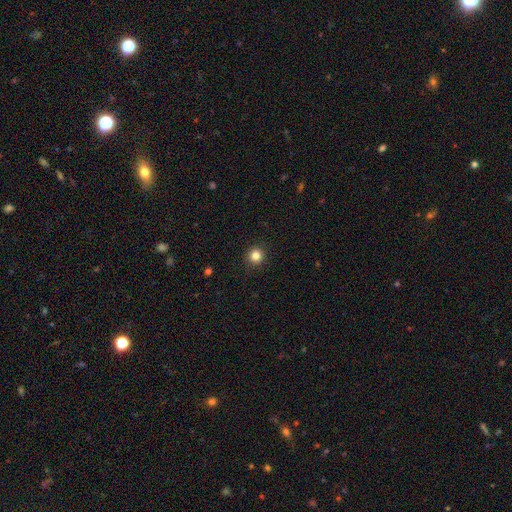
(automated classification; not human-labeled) Q: Smooth or featured?
A: smooth (83%); runner-up: star or artifact (13%)
Q: How rounded?
A: round (95%); runner-up: in between (4%)
Q: Merging?
A: none (92%); runner-up: minor disturbance (5%)